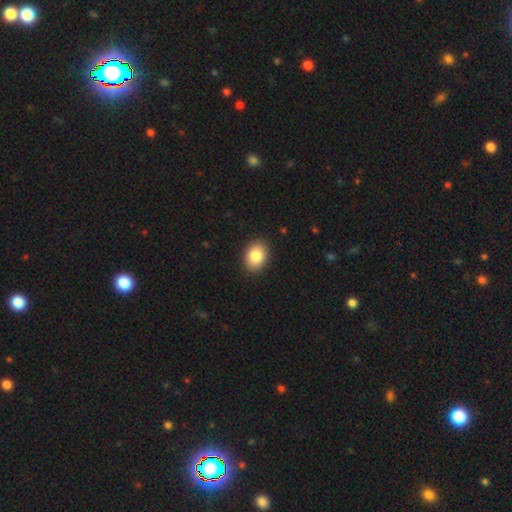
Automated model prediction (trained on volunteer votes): This is clearly a smooth galaxy (85%). How rounded: likely in between (72%). Merging: clearly none (90%).